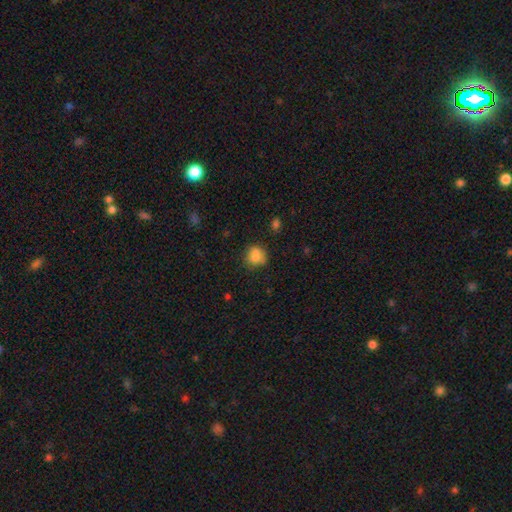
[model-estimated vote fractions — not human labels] Smooth or featured? Predicted: smooth (p=0.79). How rounded? Predicted: round (p=0.65). Merging? Predicted: none (p=0.60).